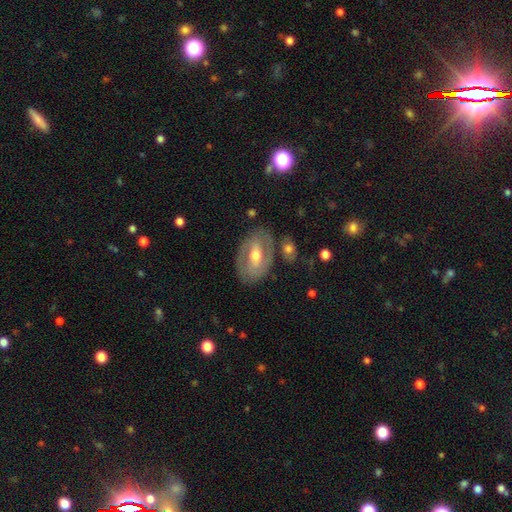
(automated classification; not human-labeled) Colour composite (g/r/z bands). It shows a featured or disk galaxy (69%) with a strong bar (40%), spiral arms (57%) and a moderate central bulge (72%). Merging: none (77%).